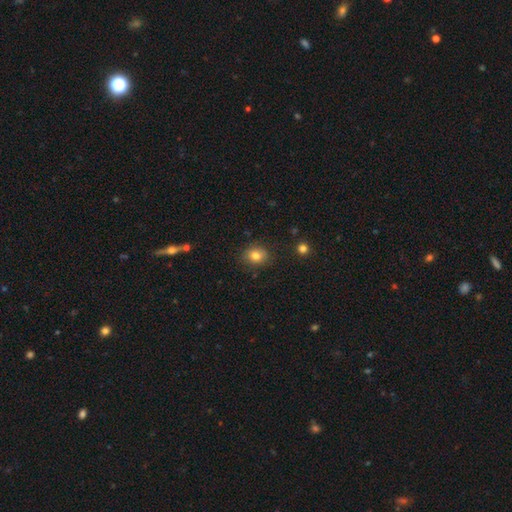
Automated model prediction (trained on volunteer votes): Smooth or featured: smooth — 81% (star or artifact — 11%)
How rounded: round — 60% (in between — 39%)
Merging: none — 86% (minor disturbance — 10%)